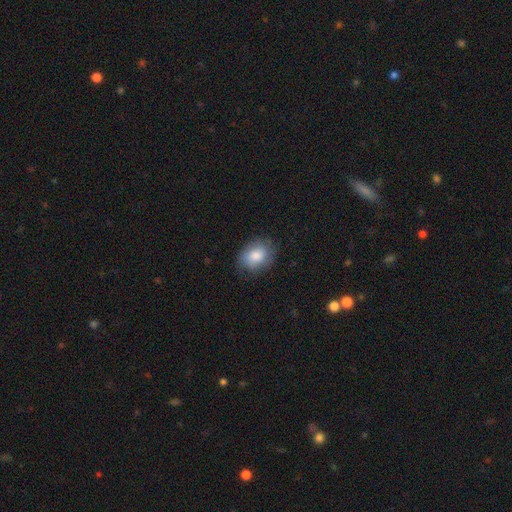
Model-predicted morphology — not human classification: Smooth or featured: smooth — 84% (featured or disk — 10%)
How rounded: in between — 70% (round — 29%)
Merging: none — 79% (minor disturbance — 16%)